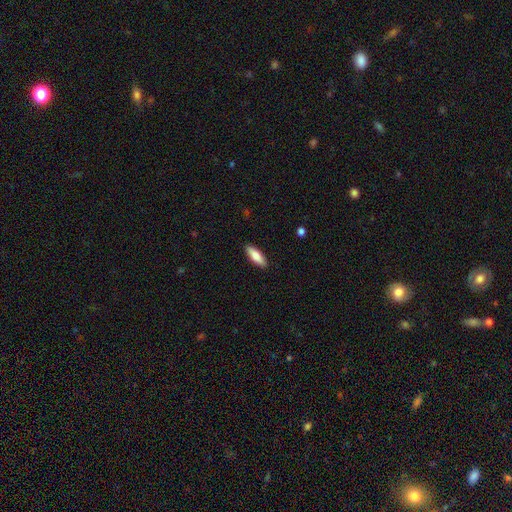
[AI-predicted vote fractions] Overall: smooth (79%). How rounded: in between (58%; cigar-shaped 40%). Merging: none (90%).